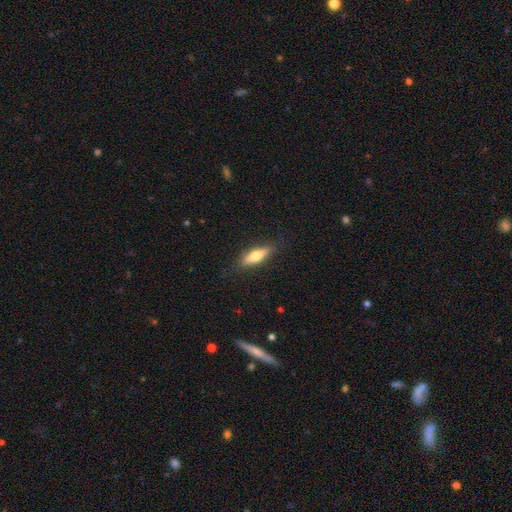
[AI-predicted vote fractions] Smooth or featured?
  - smooth: 57% *
  - featured or disk: 37%
  - star or artifact: 6%
How rounded?
  - cigar-shaped: 57% *
  - in between: 41%
  - round: 3%
Merging?
  - none: 86% *
  - minor disturbance: 11%
  - major disturbance: 3%
  - merger: 1%